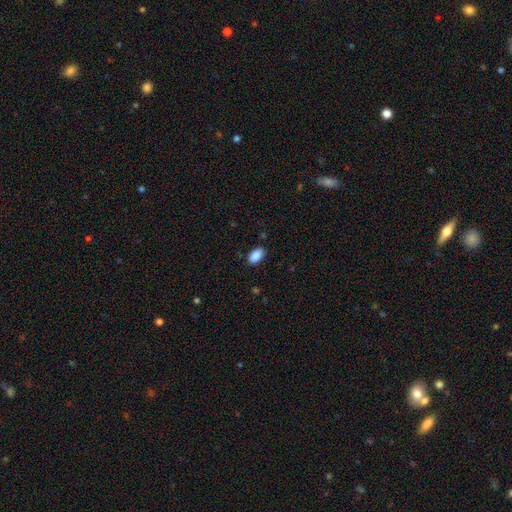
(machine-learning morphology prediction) smooth 90%, star or artifact 7%, featured or disk 3%. Down the decision tree: how rounded — in between (93%); merging — none (86%).